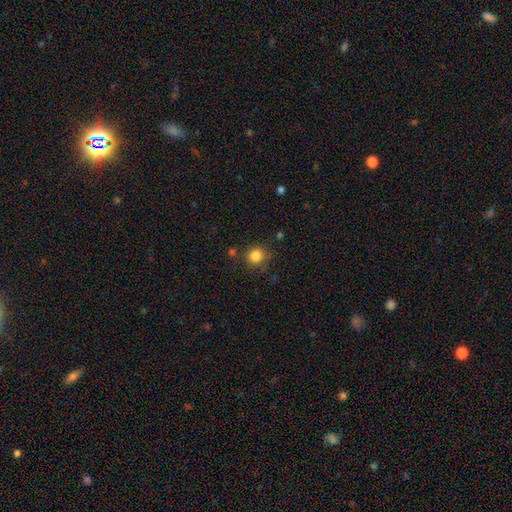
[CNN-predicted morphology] Smooth or featured?
  - smooth: 84% *
  - star or artifact: 12%
  - featured or disk: 5%
How rounded?
  - round: 90% *
  - in between: 9%
  - cigar-shaped: 1%
Merging?
  - none: 81% *
  - minor disturbance: 11%
  - merger: 4%
  - major disturbance: 3%